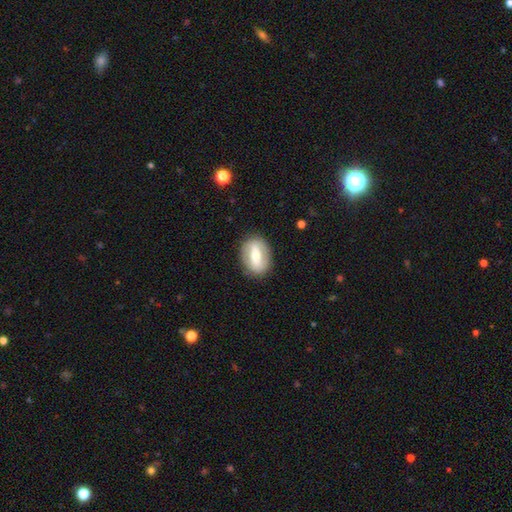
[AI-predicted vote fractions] A featured or disk galaxy (51%). Merging: none (83%).